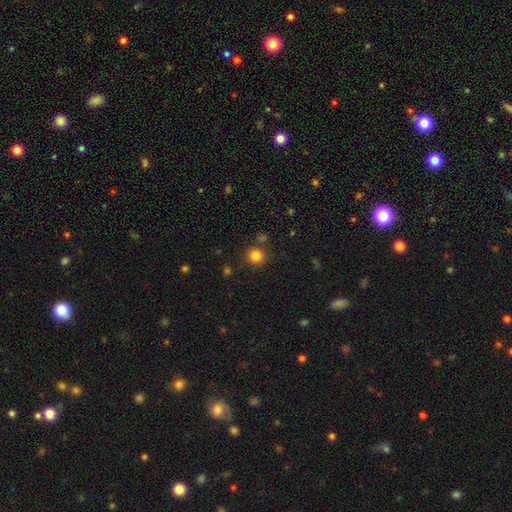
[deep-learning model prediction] smooth-or-featured: smooth: 82% | star or artifact: 13% | featured or disk: 5%
  how-rounded: round: 92% | in between: 7% | cigar-shaped: 1%
  merging: none: 83% | minor disturbance: 7% | merger: 6% | major disturbance: 3%